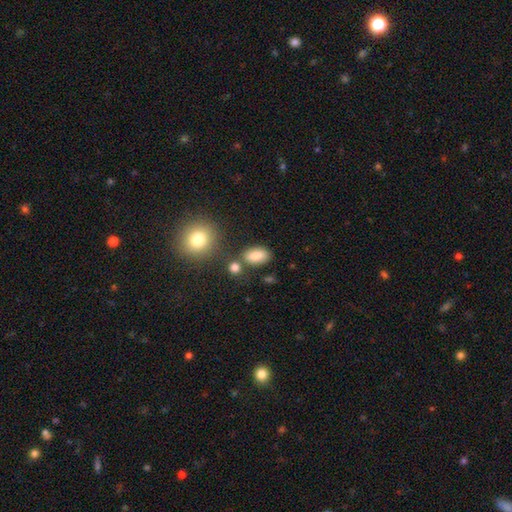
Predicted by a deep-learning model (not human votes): This appears to be a smooth galaxy with no disk features (83%) that is in between round and cigar-shaped (86%). Merging: none (73%).